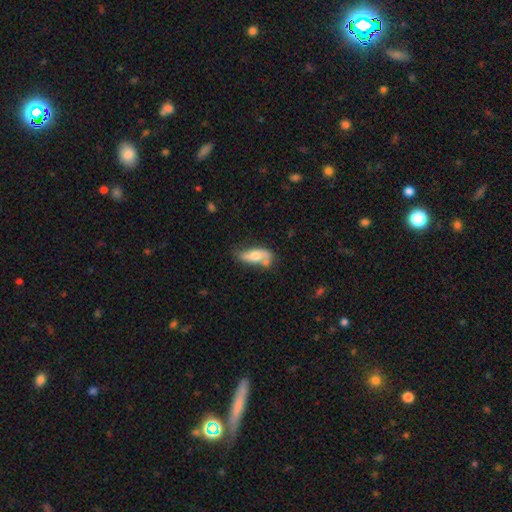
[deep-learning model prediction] This appears to be a smooth galaxy with no disk features (54%) that is in between round and cigar-shaped (76%). Merging: none (50%).